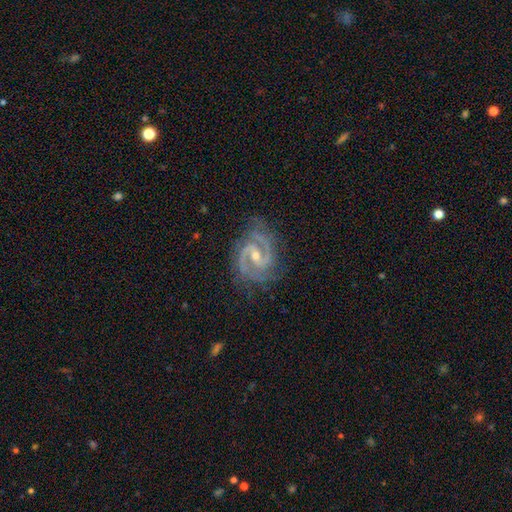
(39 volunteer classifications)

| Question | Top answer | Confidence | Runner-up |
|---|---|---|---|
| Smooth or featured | featured or disk | 90% | smooth (5%) |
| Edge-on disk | no | 97% | yes (3%) |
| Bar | weak | 44% | strong (29%) |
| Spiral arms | yes | 97% | no (3%) |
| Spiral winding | medium | 55% | tight (45%) |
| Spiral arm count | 2 | 85% | 3 (12%) |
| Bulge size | small | 50% | moderate (47%) |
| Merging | none | 81% | minor disturbance (16%) |